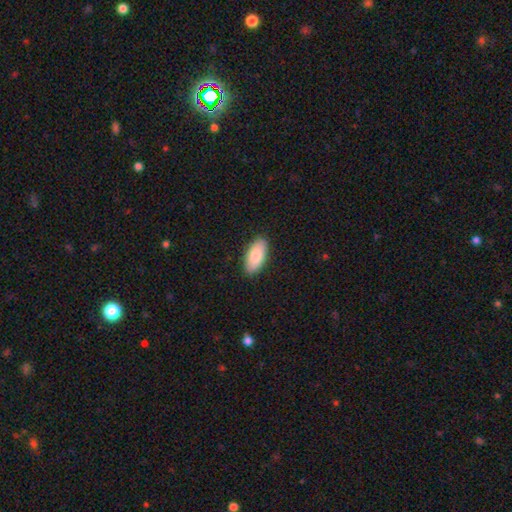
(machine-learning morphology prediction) This is clearly a smooth galaxy (83%). How rounded: clearly in between (92%). Merging: clearly none (88%).